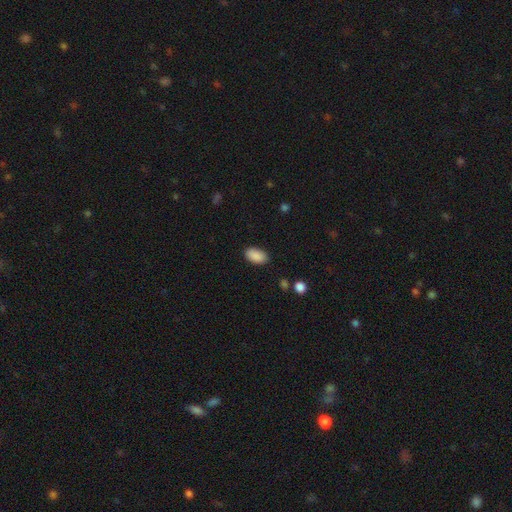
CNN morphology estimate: Smooth or featured? smooth (90%)
How rounded? in between (94%)
Merging? none (86%)